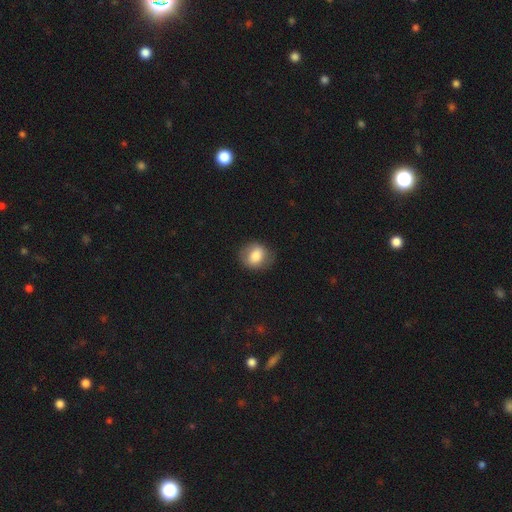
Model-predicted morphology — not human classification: A smooth galaxy with no disk features (77%) that is round (60%).

Vote fractions:
- Smooth or featured? smooth: 77% / featured or disk: 15% / star or artifact: 8%
- How rounded? round: 60% / in between: 39% / cigar-shaped: 1%
- Merging? none: 78% / minor disturbance: 16% / major disturbance: 5% / merger: 1%